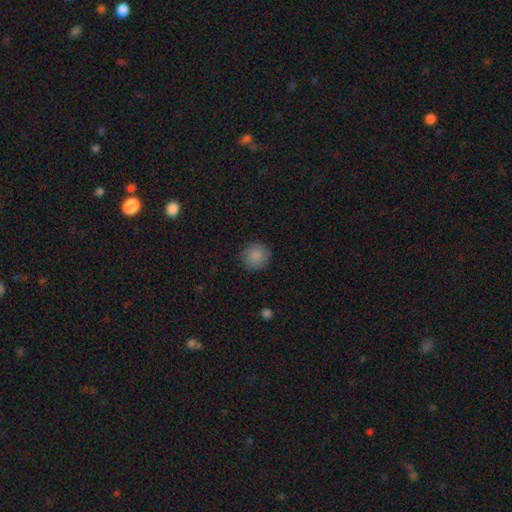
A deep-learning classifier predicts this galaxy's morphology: Smooth or featured? Predicted: smooth (p=0.87). How rounded? Predicted: round (p=0.91). Merging? Predicted: none (p=0.88).